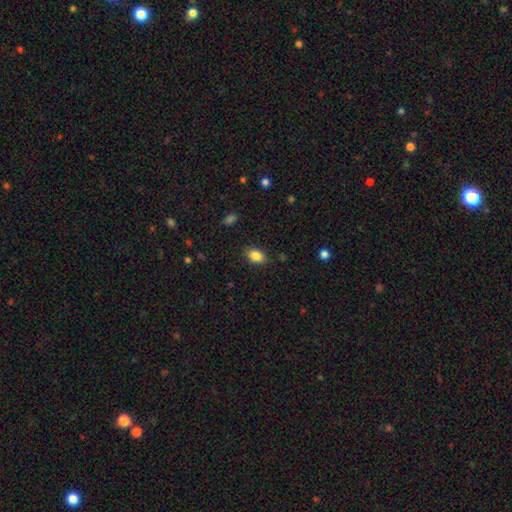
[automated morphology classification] The model was most divided on "how rounded": in between: 85%, round: 13%, cigar-shaped: 2%. More confident: smooth or featured — smooth (86%); merging — none (84%).